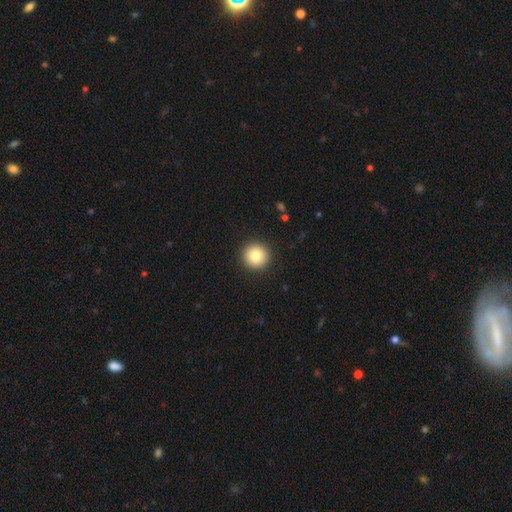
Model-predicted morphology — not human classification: type=smooth (82%); roundness=round (96%); merging=none (93%).